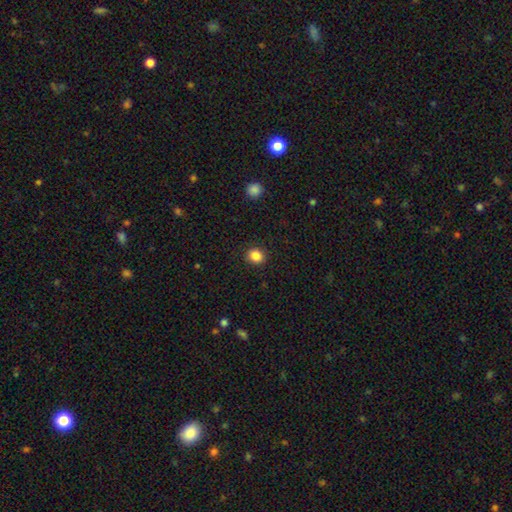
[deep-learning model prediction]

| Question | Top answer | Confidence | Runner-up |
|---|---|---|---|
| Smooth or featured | smooth | 86% | star or artifact (10%) |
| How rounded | round | 78% | in between (21%) |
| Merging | none | 90% | minor disturbance (6%) |